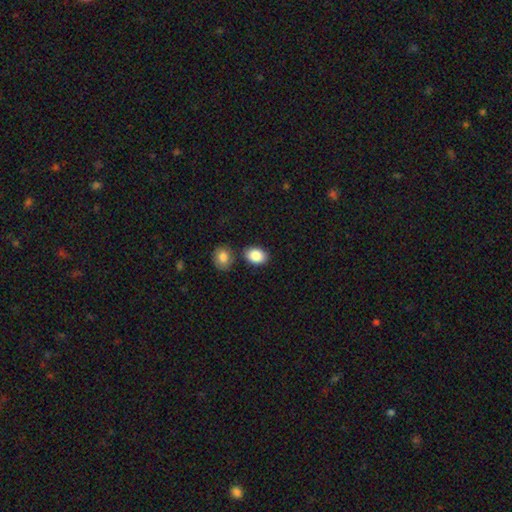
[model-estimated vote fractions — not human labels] Smooth or featured? smooth (87%)
How rounded? in between (74%)
Merging? none (77%)